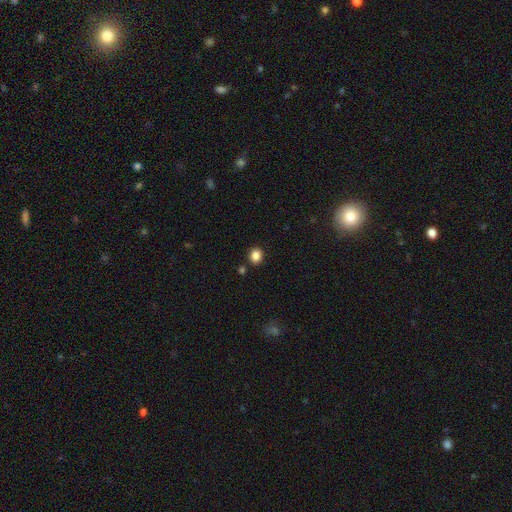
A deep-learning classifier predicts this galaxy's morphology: Smooth or featured? Predicted: smooth (p=0.85). How rounded? Predicted: round (p=0.70). Merging? Predicted: none (p=0.87).